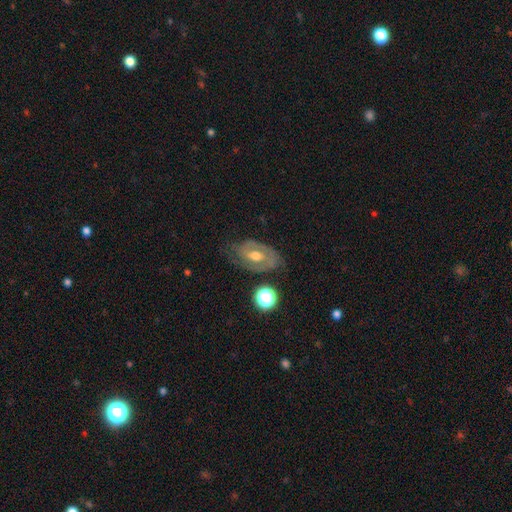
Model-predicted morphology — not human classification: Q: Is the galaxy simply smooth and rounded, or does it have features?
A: featured or disk — 75%.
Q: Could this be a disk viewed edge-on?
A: no — 95%.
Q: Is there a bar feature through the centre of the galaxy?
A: no — 43%.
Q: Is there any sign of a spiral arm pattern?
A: yes — 80%.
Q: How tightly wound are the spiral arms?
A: tight — 51%.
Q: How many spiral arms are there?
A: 2 — 70%.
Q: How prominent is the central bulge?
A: moderate — 73%.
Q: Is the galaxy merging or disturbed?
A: none — 72%.